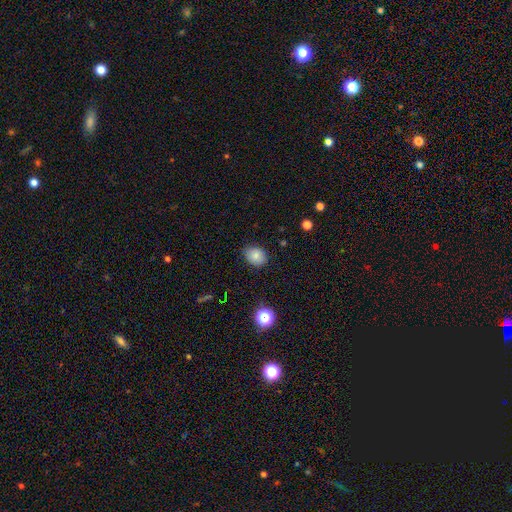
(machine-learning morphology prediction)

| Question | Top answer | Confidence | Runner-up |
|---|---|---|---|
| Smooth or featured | smooth | 82% | star or artifact (11%) |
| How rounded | in between | 54% | round (45%) |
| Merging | none | 81% | minor disturbance (15%) |